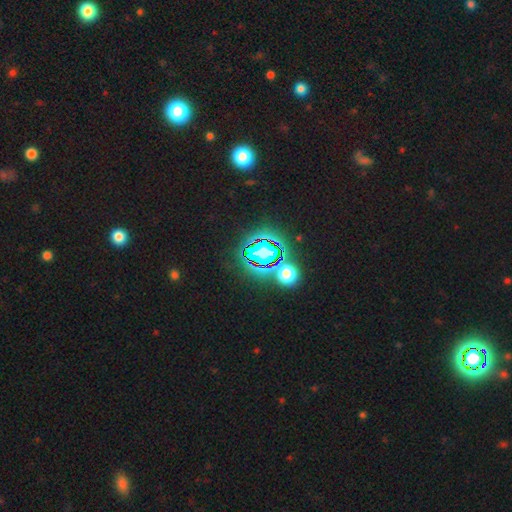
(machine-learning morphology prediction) The model was most divided on "smooth or featured": star or artifact: 81%, smooth: 12%, featured or disk: 7%.